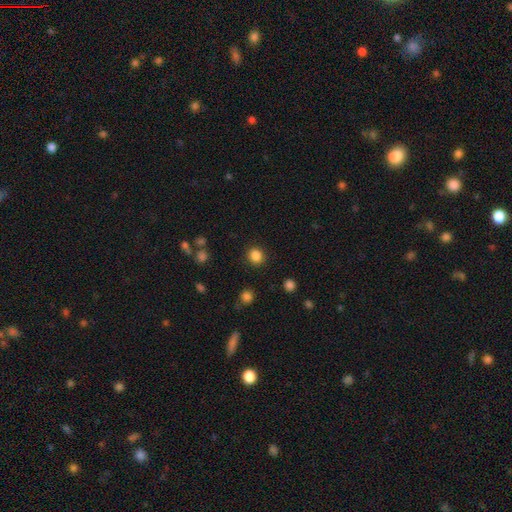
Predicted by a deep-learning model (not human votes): Smooth or featured? smooth (85%)
How rounded? round (88%)
Merging? none (90%)